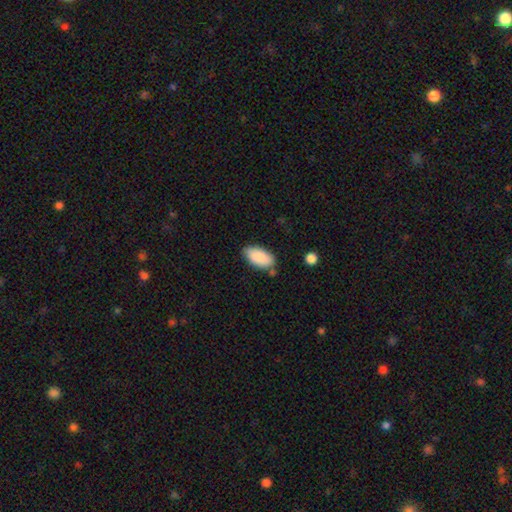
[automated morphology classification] The model was most divided on "merging": none: 77%, minor disturbance: 16%, merger: 4%, major disturbance: 3%. More confident: how rounded — in between (94%); smooth or featured — smooth (88%).